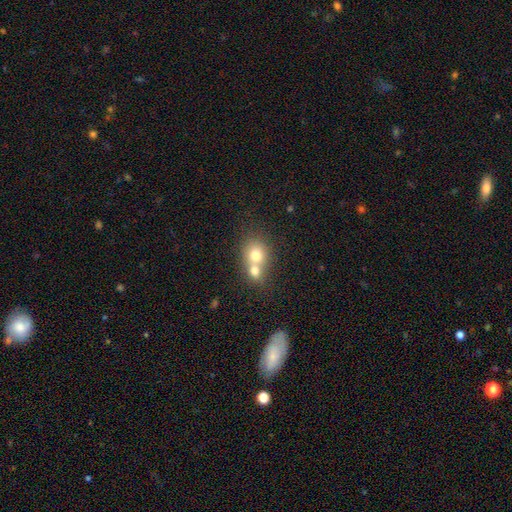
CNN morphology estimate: smooth 72%, featured or disk 18%, star or artifact 10%. Down the decision tree: how rounded — round (67%); merging — merger (67%).